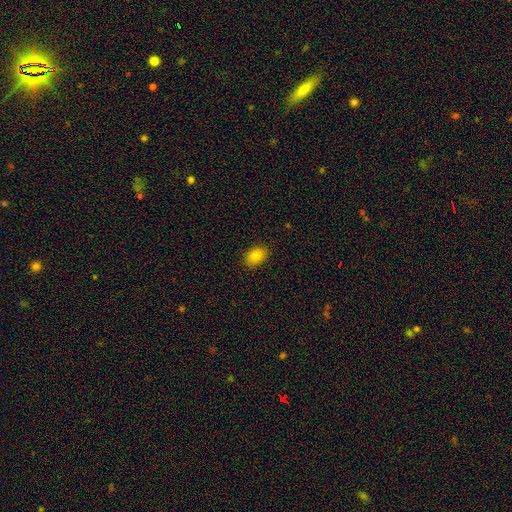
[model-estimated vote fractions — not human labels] Smooth or featured?
  - smooth: 84% *
  - star or artifact: 10%
  - featured or disk: 7%
How rounded?
  - in between: 85% *
  - round: 14%
  - cigar-shaped: 1%
Merging?
  - none: 88% *
  - minor disturbance: 9%
  - major disturbance: 2%
  - merger: 1%